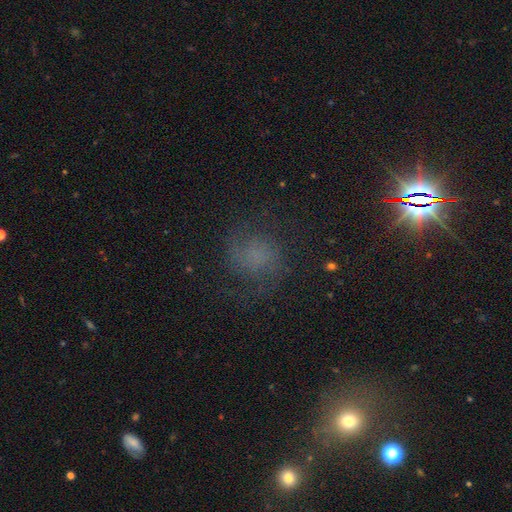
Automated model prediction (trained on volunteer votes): smooth-or-featured: featured or disk: 41% | smooth: 29% | star or artifact: 29%
  merging: none: 67% | minor disturbance: 17% | major disturbance: 15% | merger: 2%